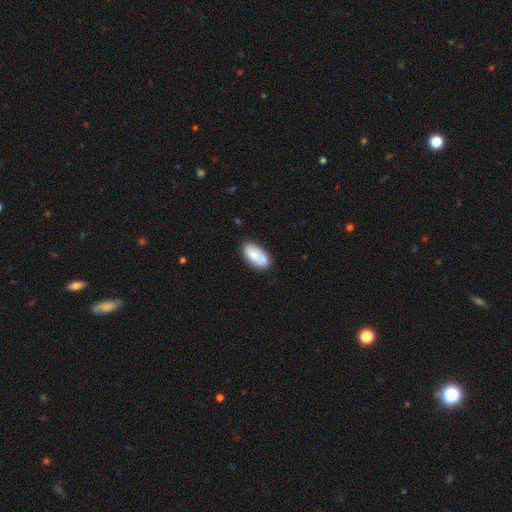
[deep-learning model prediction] smooth_or_featured: smooth (p=0.70) [alt: featured or disk p=0.23]
how_rounded: in between (p=0.93) [alt: cigar-shaped p=0.04]
merging: none (p=0.68) [alt: minor disturbance p=0.17]